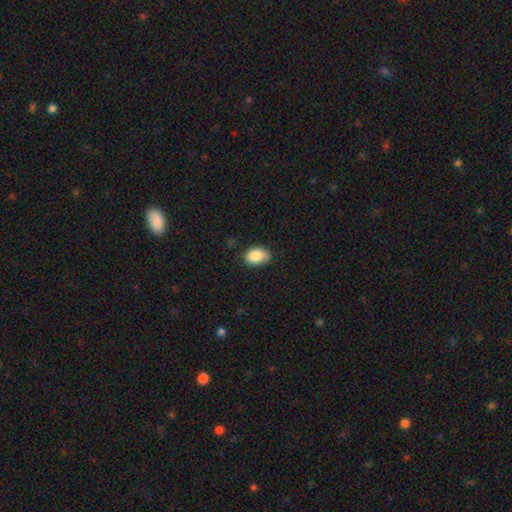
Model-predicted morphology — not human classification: This appears to be a smooth galaxy with no disk features (86%) that is in between round and cigar-shaped (83%). Merging: none (70%).